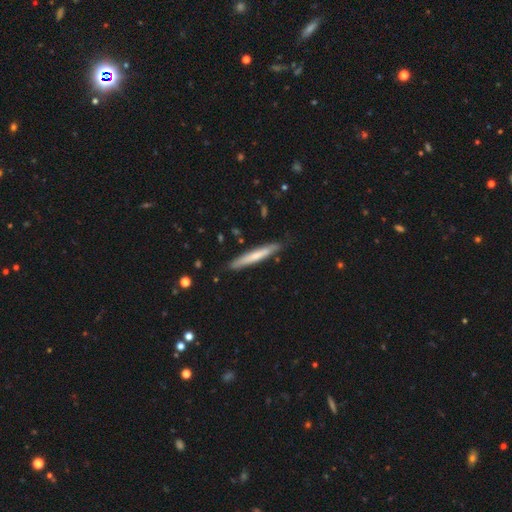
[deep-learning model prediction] Smooth or featured? smooth (60%)
How rounded? cigar-shaped (95%)
Merging? none (86%)